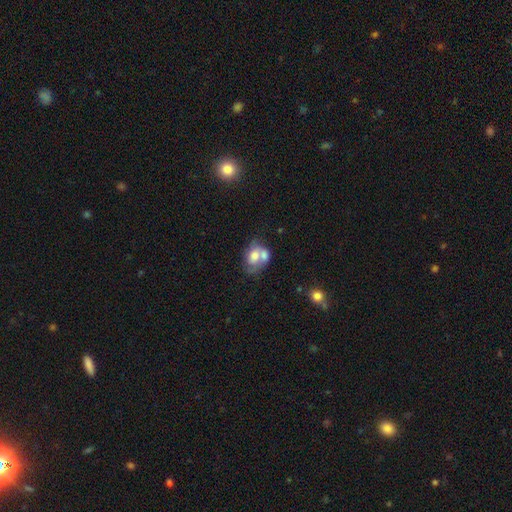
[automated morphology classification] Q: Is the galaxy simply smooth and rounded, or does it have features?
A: smooth — 56%.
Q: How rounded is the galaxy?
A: in between — 66%.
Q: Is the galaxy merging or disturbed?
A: merger — 62%.